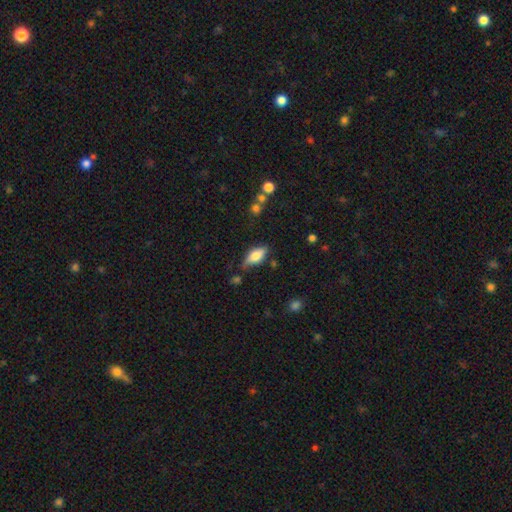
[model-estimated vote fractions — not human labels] Smooth or featured? Predicted: smooth (p=0.67). How rounded? Predicted: in between (p=0.82). Merging? Predicted: none (p=0.67).